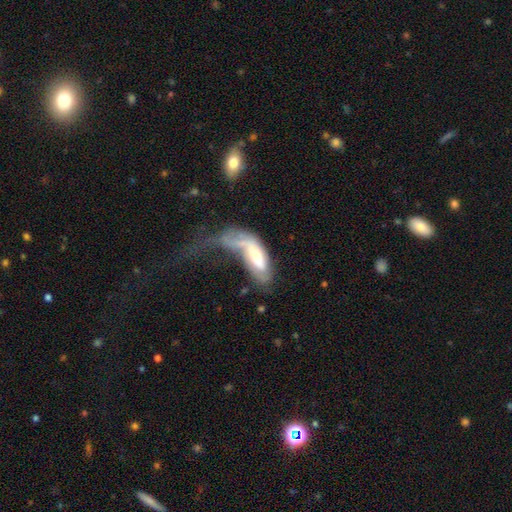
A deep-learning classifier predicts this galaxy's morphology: Q: Smooth or featured?
A: featured or disk (50%); runner-up: smooth (43%)
Q: Merging?
A: major disturbance (55%); runner-up: merger (19%)